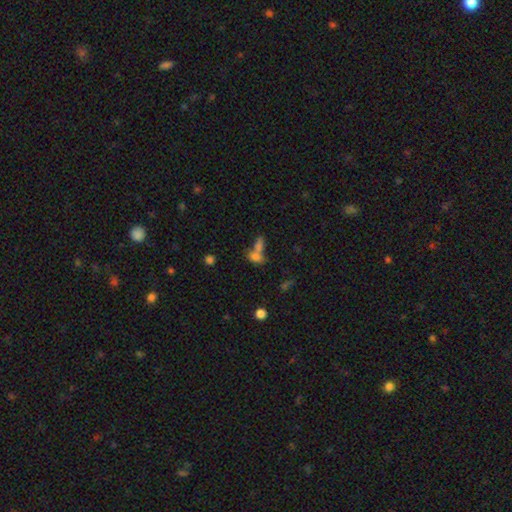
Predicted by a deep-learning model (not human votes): A smooth galaxy with no disk features (74%) that is in between round and cigar-shaped (74%). Merging: merger (55%).